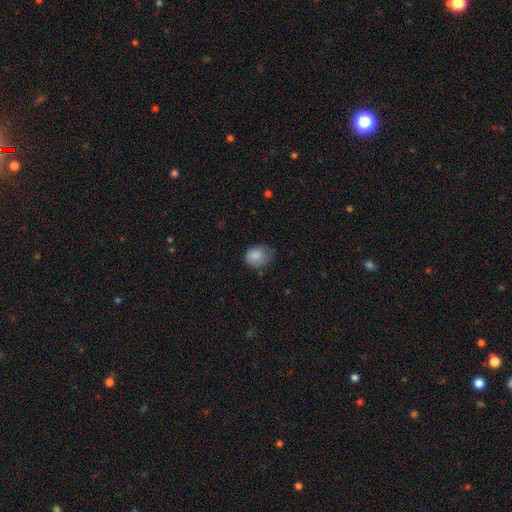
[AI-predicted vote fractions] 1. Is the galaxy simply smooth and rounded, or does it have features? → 83% smooth, 9% featured or disk, 8% star or artifact.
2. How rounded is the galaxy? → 50% in between, 49% round, 1% cigar-shaped.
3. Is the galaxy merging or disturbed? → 49% none, 37% minor disturbance, 12% major disturbance, 1% merger.